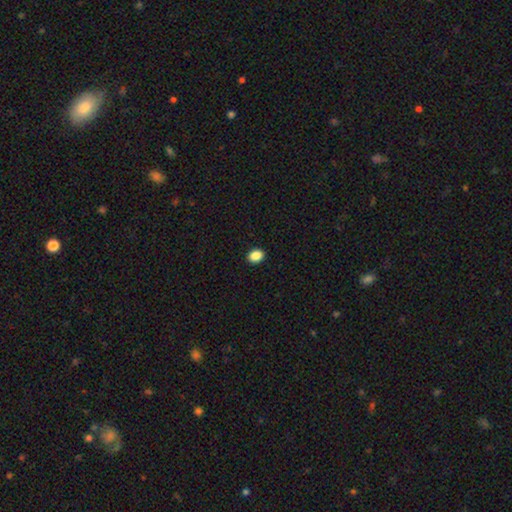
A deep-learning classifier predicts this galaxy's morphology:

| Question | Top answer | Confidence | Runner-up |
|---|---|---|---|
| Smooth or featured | smooth | 88% | star or artifact (9%) |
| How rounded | in between | 57% | round (42%) |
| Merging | none | 92% | minor disturbance (5%) |